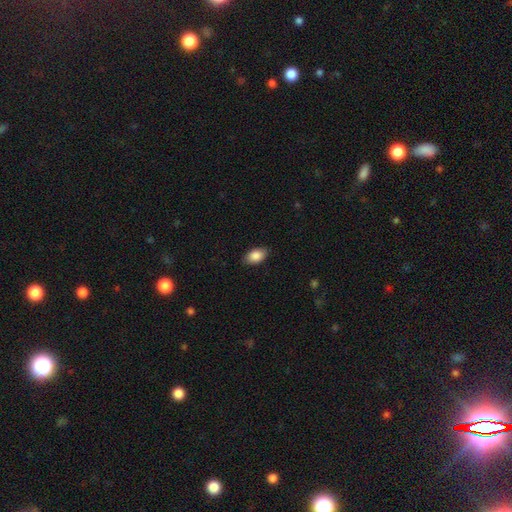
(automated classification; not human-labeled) A smooth galaxy with no disk features (88%) that is in between round and cigar-shaped (92%).

Vote fractions:
- Smooth or featured? smooth: 88% / star or artifact: 7% / featured or disk: 6%
- How rounded? in between: 92% / round: 7% / cigar-shaped: 2%
- Merging? none: 86% / minor disturbance: 11% / major disturbance: 2% / merger: 1%